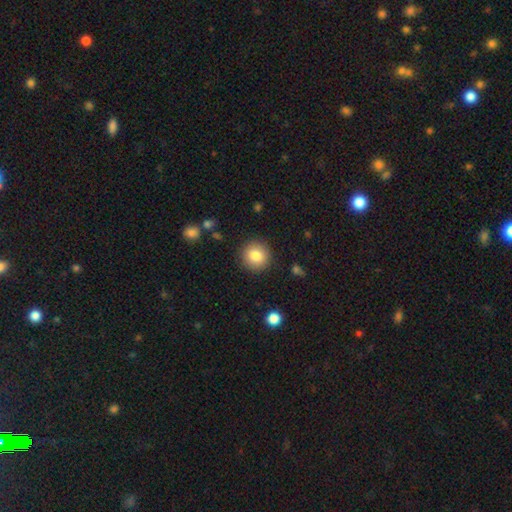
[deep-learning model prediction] smooth_or_featured: smooth (p=0.83) [alt: star or artifact p=0.09]
how_rounded: round (p=0.93) [alt: in between p=0.06]
merging: none (p=0.90) [alt: minor disturbance p=0.06]